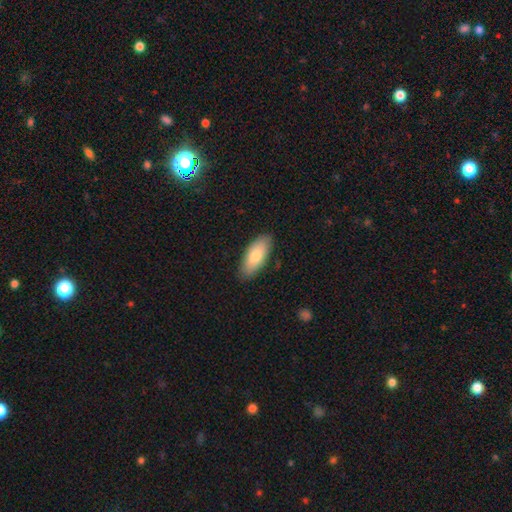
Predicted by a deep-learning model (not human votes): smooth 78%, featured or disk 17%, star or artifact 6%. Down the decision tree: how rounded — in between (85%); merging — none (87%).